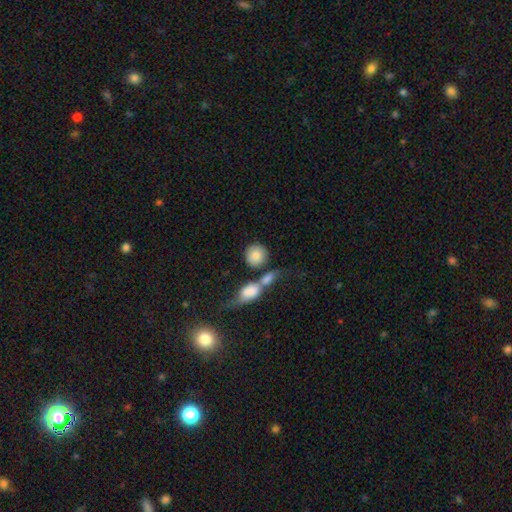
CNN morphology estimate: Smooth or featured? smooth (83%)
How rounded? round (82%)
Merging? none (49%)